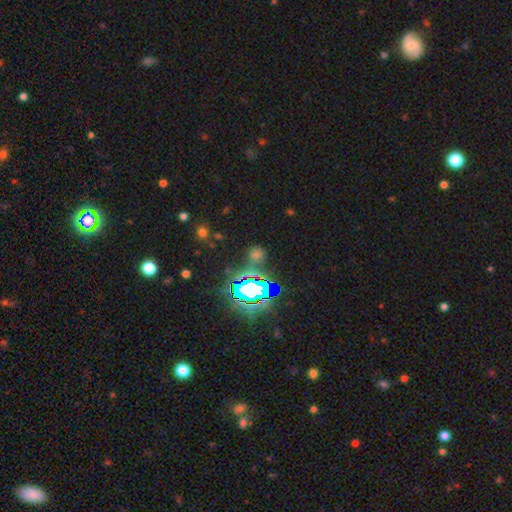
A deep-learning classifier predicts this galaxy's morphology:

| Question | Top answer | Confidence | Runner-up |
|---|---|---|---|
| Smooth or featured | star or artifact | 63% | smooth (28%) |